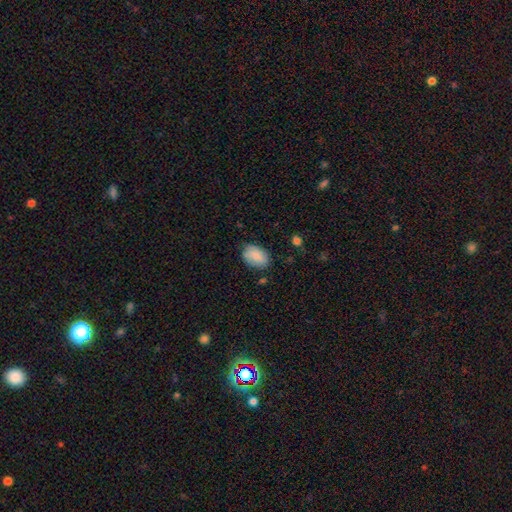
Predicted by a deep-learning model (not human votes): This is clearly a smooth galaxy (82%). How rounded: clearly in between (86%). Merging: likely none (75%).